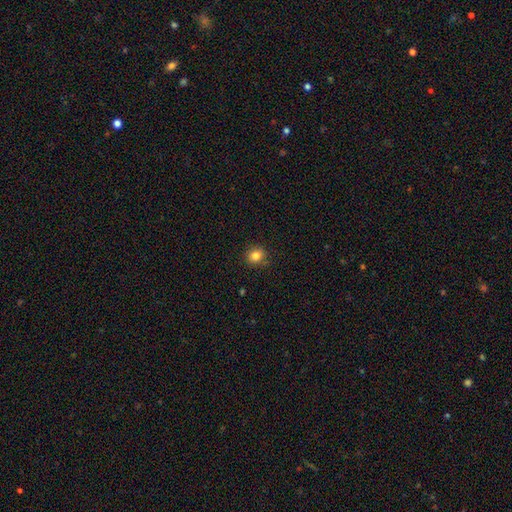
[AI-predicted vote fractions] A smooth galaxy with no disk features (83%) that is round (81%). Merging: none (89%).